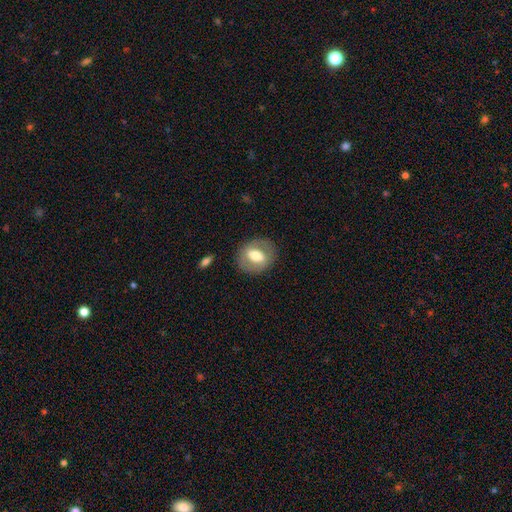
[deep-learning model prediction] Smooth or featured? smooth (54%)
How rounded? round (50%)
Merging? none (83%)